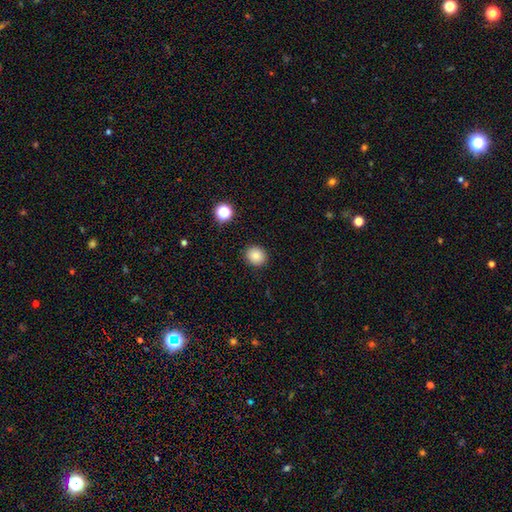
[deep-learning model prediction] Smooth or featured?
  - smooth: 83% *
  - star or artifact: 11%
  - featured or disk: 6%
How rounded?
  - round: 84% *
  - in between: 15%
  - cigar-shaped: 1%
Merging?
  - none: 91% *
  - minor disturbance: 6%
  - major disturbance: 2%
  - merger: 1%